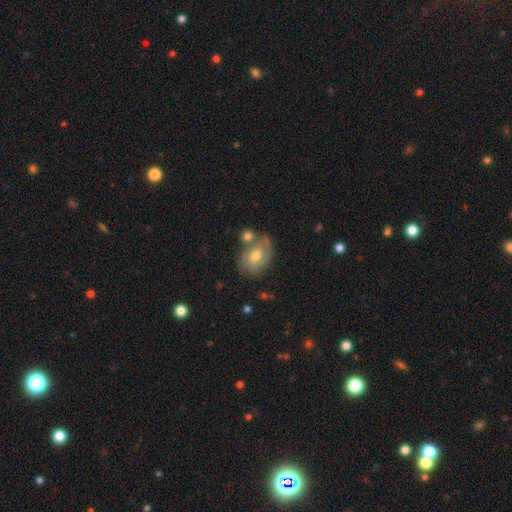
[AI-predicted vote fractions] featured or disk 47%, smooth 45%, star or artifact 8%. Down the decision tree: merging — none (58%).